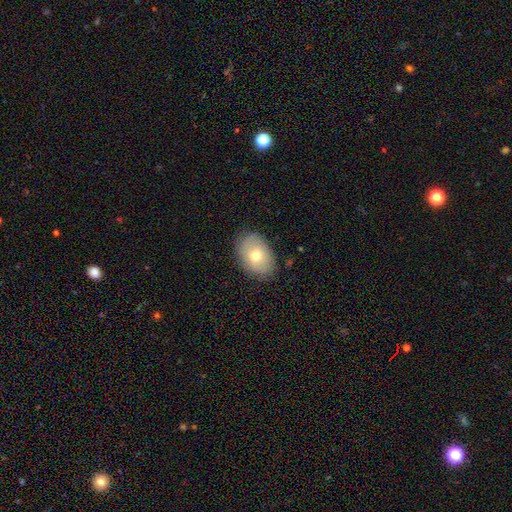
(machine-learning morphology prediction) smooth-or-featured: smooth: 69% | featured or disk: 23% | star or artifact: 8%
  how-rounded: in between: 80% | round: 19% | cigar-shaped: 1%
  merging: none: 84% | minor disturbance: 12% | major disturbance: 3% | merger: 1%